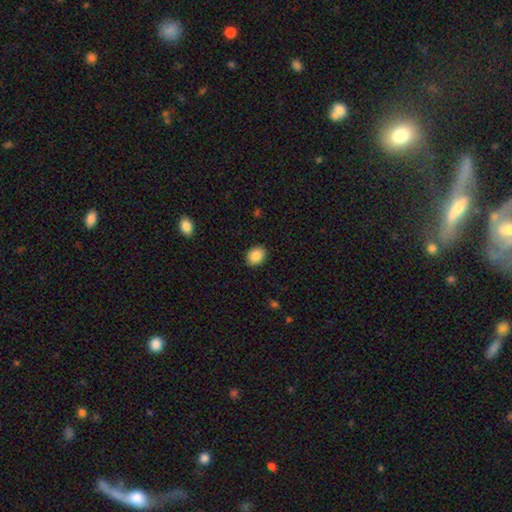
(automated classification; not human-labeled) The model was most divided on "how rounded": in between: 58%, round: 41%, cigar-shaped: 1%. More confident: merging — none (90%); smooth or featured — smooth (88%).